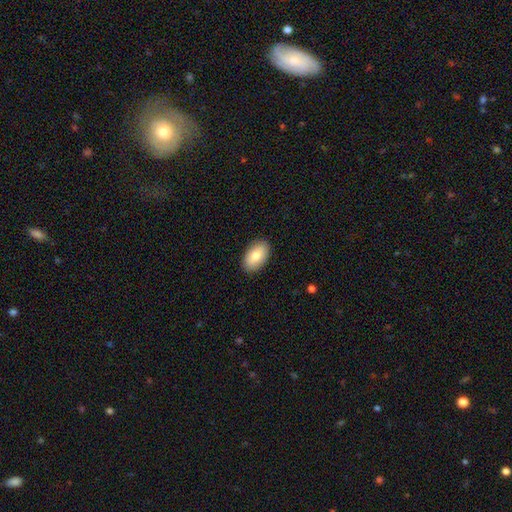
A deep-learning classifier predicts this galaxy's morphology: smooth 82%, featured or disk 12%, star or artifact 6%. Down the decision tree: how rounded — in between (94%); merging — none (89%).